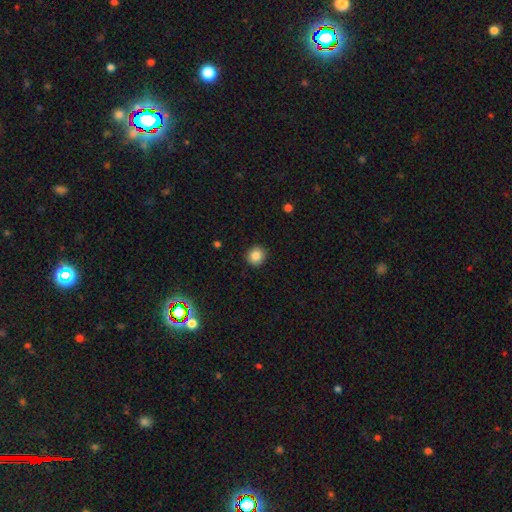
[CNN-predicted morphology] Q: Smooth or featured?
A: smooth (85%); runner-up: star or artifact (10%)
Q: How rounded?
A: round (90%); runner-up: in between (9%)
Q: Merging?
A: none (91%); runner-up: minor disturbance (6%)